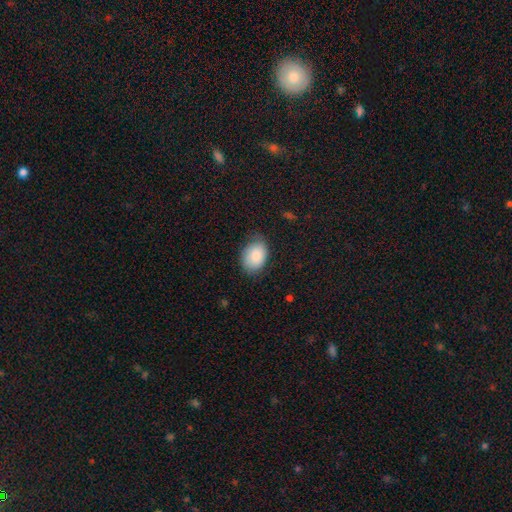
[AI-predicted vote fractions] This appears to be a smooth galaxy with no disk features (87%) that is in between round and cigar-shaped (77%). Merging: none (72%).